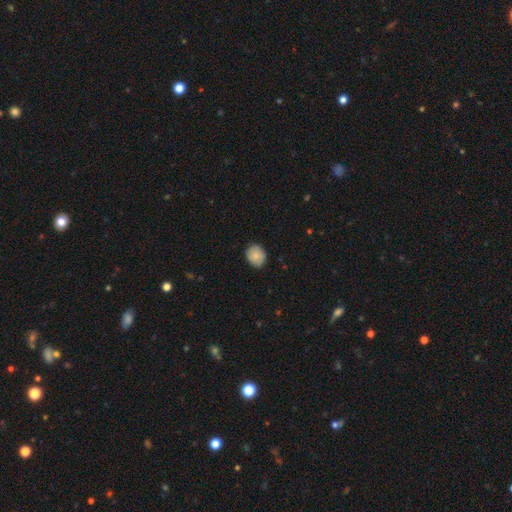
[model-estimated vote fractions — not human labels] Smooth or featured?
  - smooth: 80% *
  - featured or disk: 13%
  - star or artifact: 7%
How rounded?
  - round: 64% *
  - in between: 35%
  - cigar-shaped: 1%
Merging?
  - none: 81% *
  - minor disturbance: 15%
  - major disturbance: 2%
  - merger: 1%